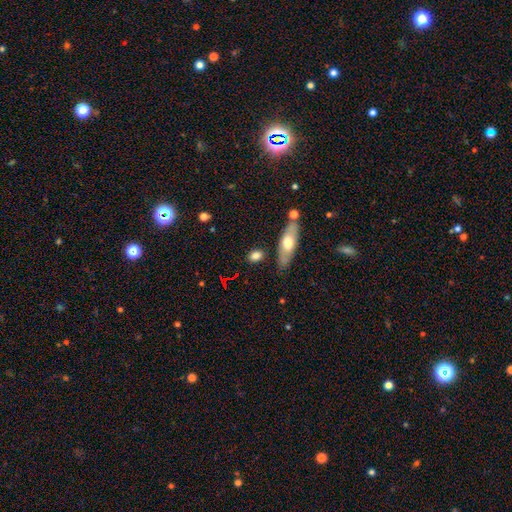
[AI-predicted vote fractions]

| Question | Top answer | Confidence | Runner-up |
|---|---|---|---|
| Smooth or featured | smooth | 74% | featured or disk (18%) |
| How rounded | in between | 66% | round (18%) |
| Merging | none | 77% | minor disturbance (13%) |